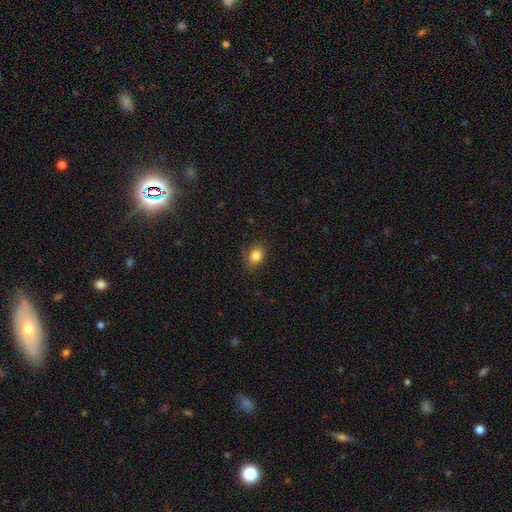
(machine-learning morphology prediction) A smooth galaxy with no disk features (83%) that is in between round and cigar-shaped (58%). Merging: none (79%).